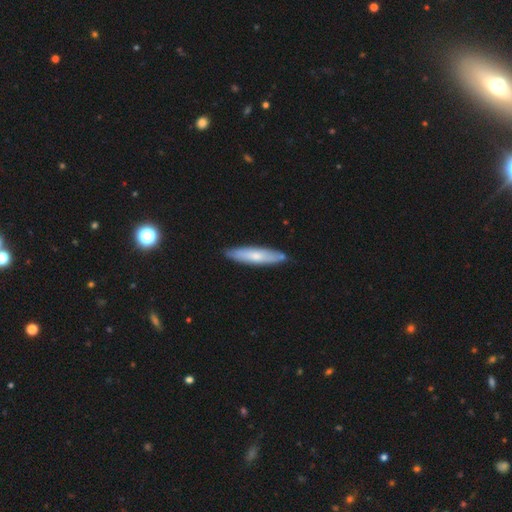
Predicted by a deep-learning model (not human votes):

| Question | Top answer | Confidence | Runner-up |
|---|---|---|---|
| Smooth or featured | smooth | 62% | featured or disk (33%) |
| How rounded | cigar-shaped | 81% | in between (17%) |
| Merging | none | 84% | minor disturbance (12%) |